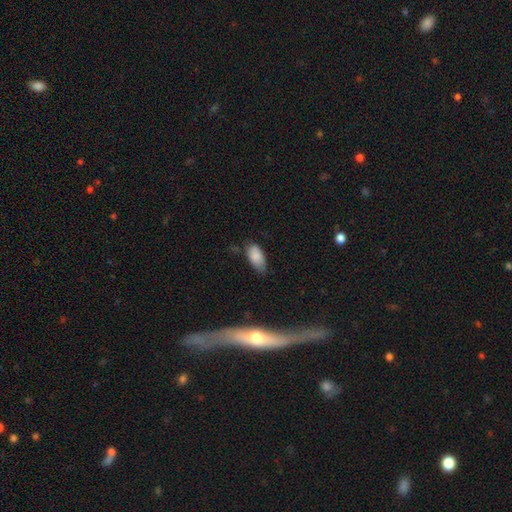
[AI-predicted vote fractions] Morphology: type=smooth (85%); roundness=in between (92%); merging=none (59%).